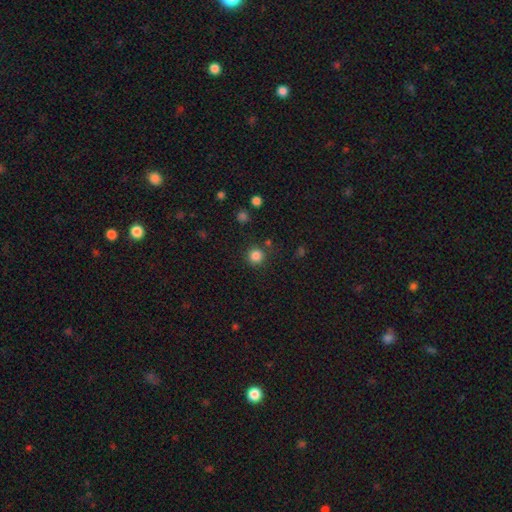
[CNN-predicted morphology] smooth 85%, star or artifact 12%, featured or disk 3%. Down the decision tree: how rounded — round (95%); merging — none (86%).